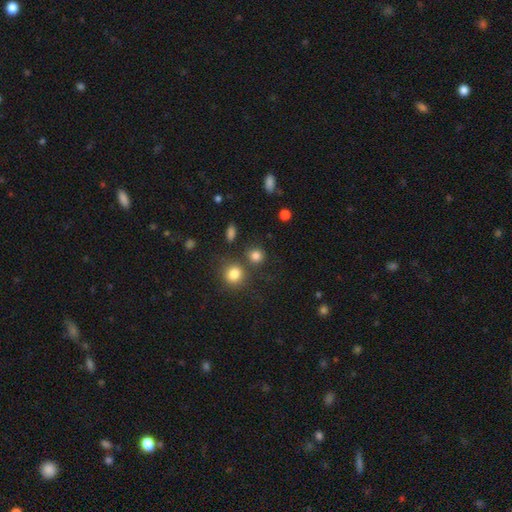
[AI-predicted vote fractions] Smooth or featured?
  - smooth: 82% *
  - star or artifact: 13%
  - featured or disk: 5%
How rounded?
  - round: 87% *
  - in between: 12%
  - cigar-shaped: 1%
Merging?
  - none: 76% *
  - merger: 12%
  - minor disturbance: 9%
  - major disturbance: 4%